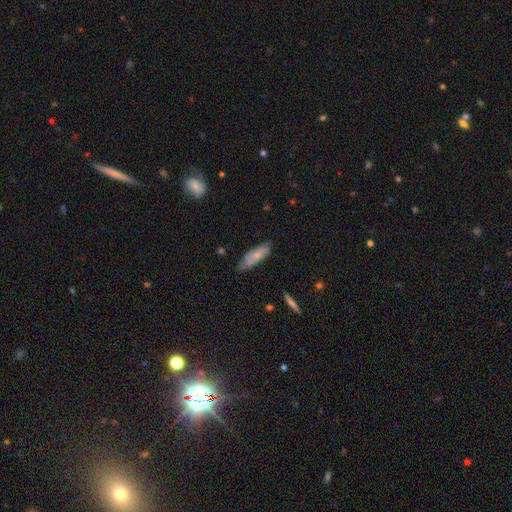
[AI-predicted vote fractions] A smooth galaxy with no disk features (60%) that is in between round and cigar-shaped (55%).

Vote fractions:
- Smooth or featured? smooth: 60% / featured or disk: 34% / star or artifact: 6%
- How rounded? in between: 55% / cigar-shaped: 43% / round: 2%
- Merging? none: 68% / minor disturbance: 25% / major disturbance: 5% / merger: 2%